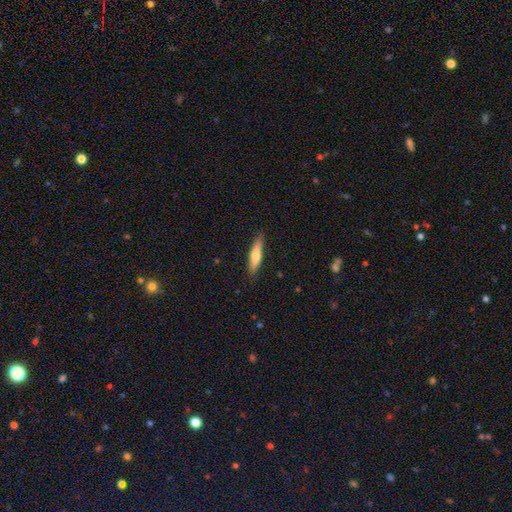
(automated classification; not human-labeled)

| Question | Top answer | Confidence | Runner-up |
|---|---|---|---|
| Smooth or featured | smooth | 65% | featured or disk (30%) |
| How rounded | cigar-shaped | 81% | in between (18%) |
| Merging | none | 87% | minor disturbance (10%) |